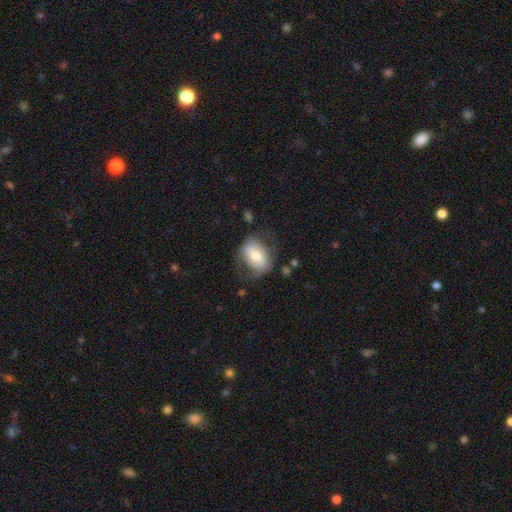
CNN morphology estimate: smooth 57%, featured or disk 36%, star or artifact 7%. Down the decision tree: how rounded — in between (71%); merging — none (57%).